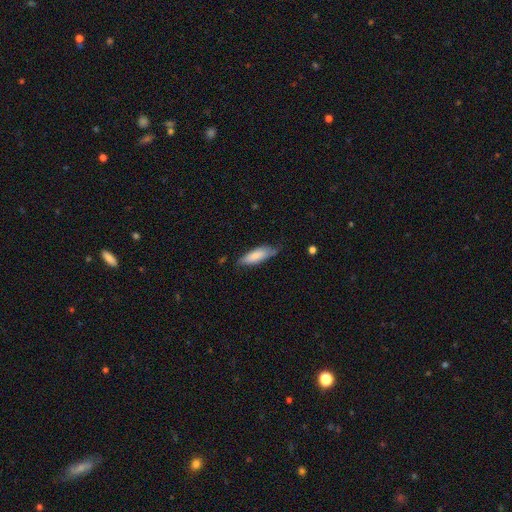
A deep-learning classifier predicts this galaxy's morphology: This is likely a smooth galaxy (79%). How rounded: possibly in between (58%). Merging: likely none (64%).